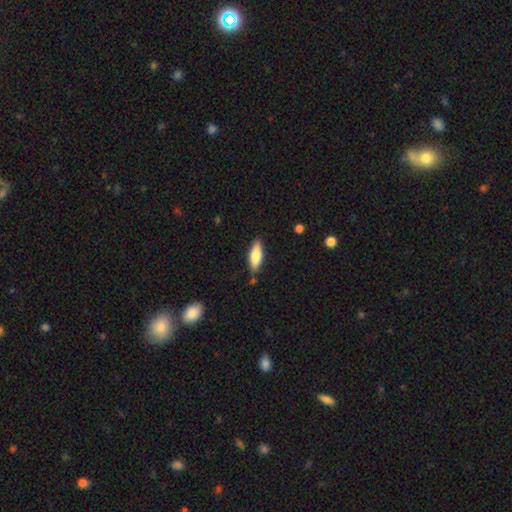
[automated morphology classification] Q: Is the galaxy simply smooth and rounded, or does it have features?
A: smooth — 75%.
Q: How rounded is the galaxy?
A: in between — 64%.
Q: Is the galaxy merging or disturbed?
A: none — 83%.